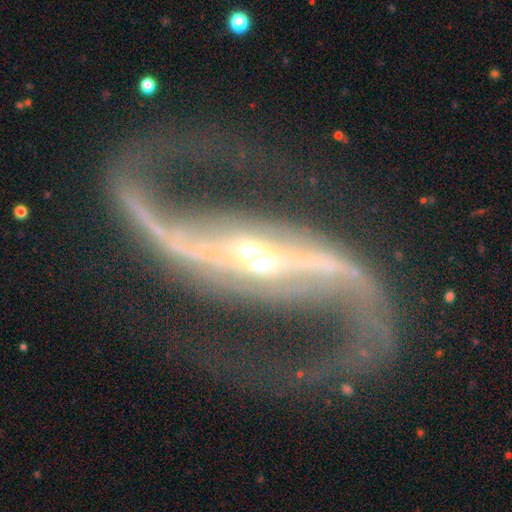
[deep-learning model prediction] This is clearly a featured or disk galaxy (94%). It is clearly not viewed edge-on (97%). Bar: likely strong (74%). Spiral arm pattern: clearly yes (99%). Spiral arm count: clearly 2 (95%). Spiral winding: possibly loose (49%). Central bulge: likely small (64%). Merging: clearly none (82%).